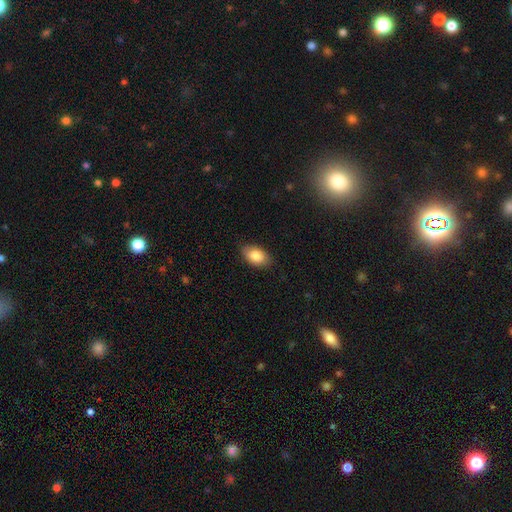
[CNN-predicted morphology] Smooth or featured?
  - smooth: 86% *
  - featured or disk: 7%
  - star or artifact: 7%
How rounded?
  - in between: 91% *
  - round: 7%
  - cigar-shaped: 1%
Merging?
  - none: 81% *
  - minor disturbance: 15%
  - major disturbance: 3%
  - merger: 1%